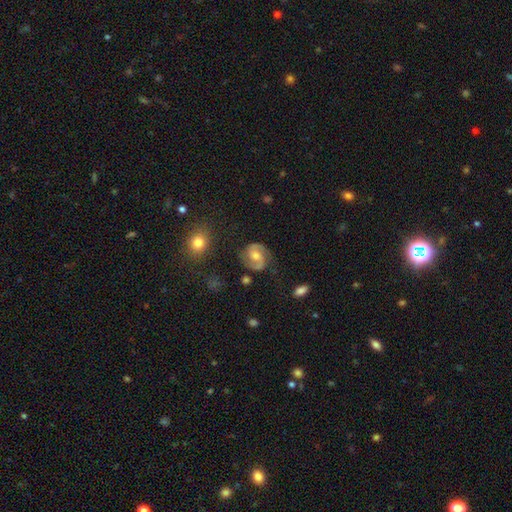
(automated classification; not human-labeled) A featured or disk galaxy (84%) with a weak bar (44%), 2 (93%) medium (56%) spiral arms (96%) and a moderate central bulge (61%).

Vote fractions:
- Smooth or featured? featured or disk: 84% / smooth: 11% / star or artifact: 6%
- Edge-on disk? no: 98% / yes: 2%
- Bar? weak: 44% / no: 43% / strong: 14%
- Spiral arms? yes: 96% / no: 4%
- Spiral winding? medium: 56% / tight: 25% / loose: 18%
- Spiral arm count? 2: 93% / can't tell: 3% / 1: 2% / 3: 1% / 4: 1% / more than 4: 1%
- Bulge size? moderate: 61% / small: 27% / large: 7% / none: 5% / dominant: 1%
- Merging? none: 79% / minor disturbance: 14% / major disturbance: 5% / merger: 2%